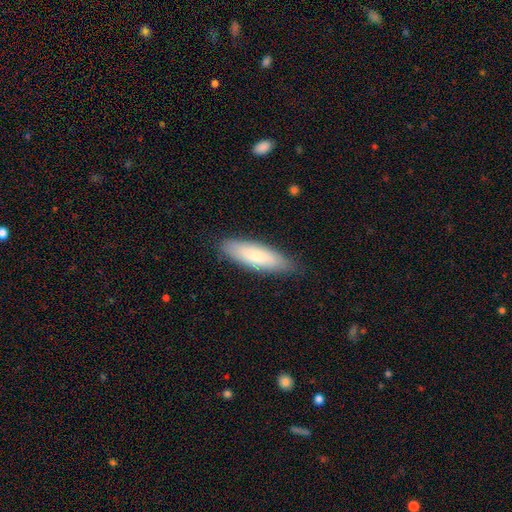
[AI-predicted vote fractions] The model was most divided on "how rounded": cigar-shaped: 53%, in between: 46%, round: 1%. More confident: merging — none (84%); smooth or featured — smooth (77%).